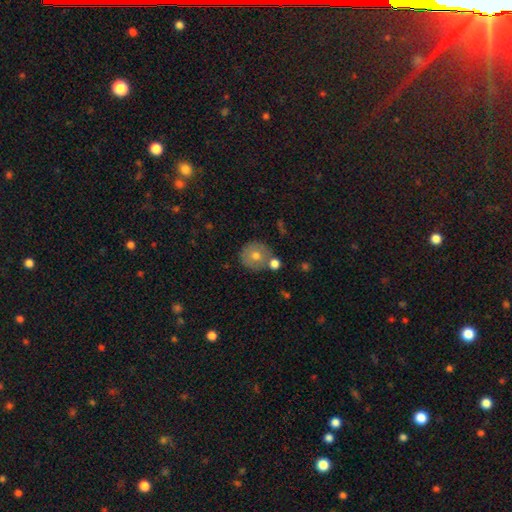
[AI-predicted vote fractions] Q: Smooth or featured?
A: smooth (67%); runner-up: featured or disk (23%)
Q: How rounded?
A: round (90%); runner-up: in between (9%)
Q: Merging?
A: none (69%); runner-up: merger (16%)